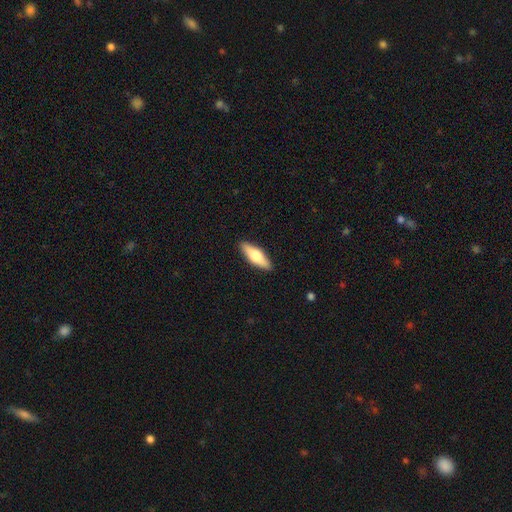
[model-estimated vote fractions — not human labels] Smooth or featured? Predicted: smooth (p=0.57). How rounded? Predicted: in between (p=0.50). Merging? Predicted: none (p=0.90).